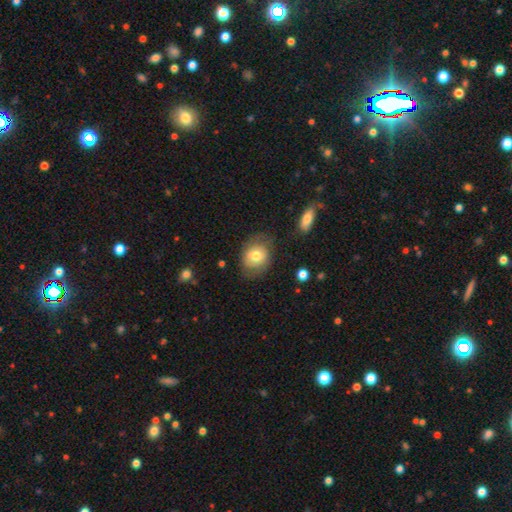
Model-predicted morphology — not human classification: This is likely a smooth galaxy (71%). How rounded: possibly round (52%). Merging: likely none (69%).